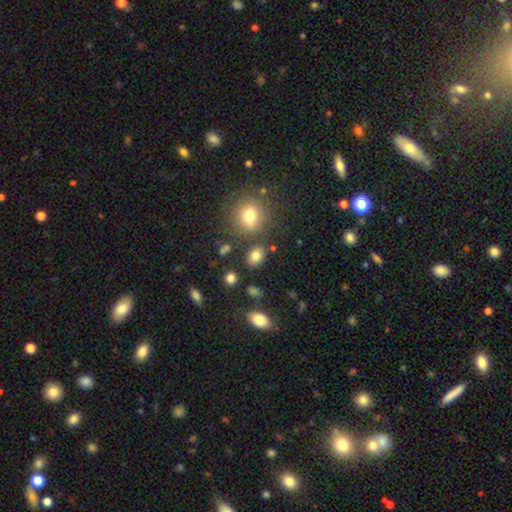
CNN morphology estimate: The model was most divided on "how rounded": in between: 65%, round: 33%, cigar-shaped: 1%. More confident: merging — none (79%); smooth or featured — smooth (79%).